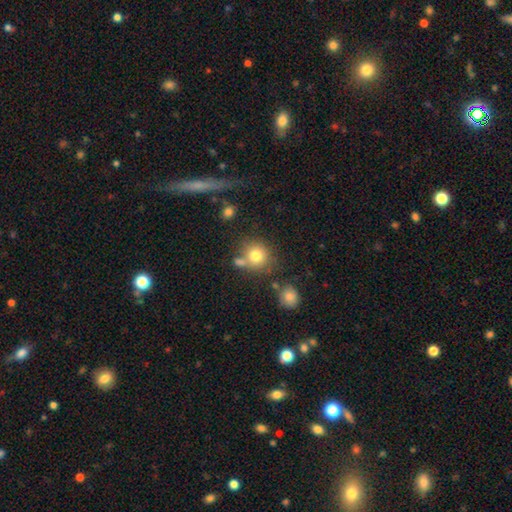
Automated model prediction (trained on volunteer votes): Morphology: type=smooth (78%); roundness=round (86%); merging=none (62%).